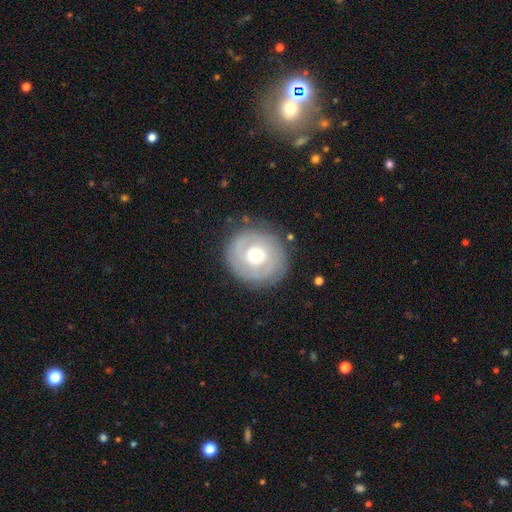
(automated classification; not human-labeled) Smooth or featured? Predicted: featured or disk (p=0.72). Edge-on disk? Predicted: no (p=0.98). Bar? Predicted: no (p=0.70). Spiral arms? Predicted: yes (p=0.81). Spiral winding? Predicted: tight (p=0.70). Spiral arm count? Predicted: 2 (p=0.49). Bulge size? Predicted: moderate (p=0.71). Merging? Predicted: none (p=0.83).